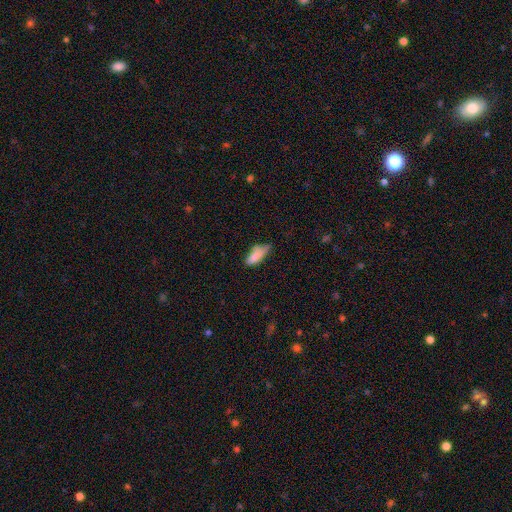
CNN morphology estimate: smooth 79%, featured or disk 13%, star or artifact 8%. Down the decision tree: how rounded — in between (73%); merging — minor disturbance (42%).